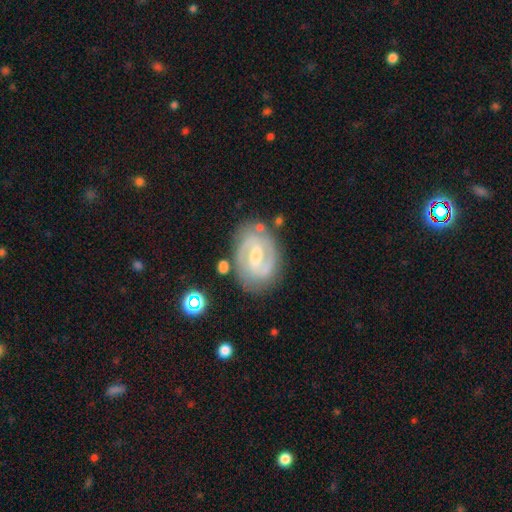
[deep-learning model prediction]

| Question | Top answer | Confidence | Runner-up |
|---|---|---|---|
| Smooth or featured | featured or disk | 86% | smooth (9%) |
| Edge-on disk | no | 97% | yes (3%) |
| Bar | weak | 50% | strong (36%) |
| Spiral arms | yes | 94% | no (6%) |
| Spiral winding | tight | 46% | medium (44%) |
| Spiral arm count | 2 | 87% | can't tell (6%) |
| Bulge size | moderate | 51% | small (39%) |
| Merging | none | 78% | minor disturbance (14%) |